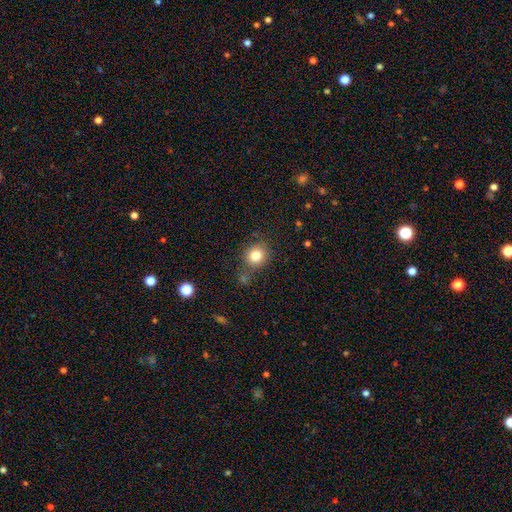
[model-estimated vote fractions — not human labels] A smooth galaxy with no disk features (82%) that is round (83%). Merging: none (77%).